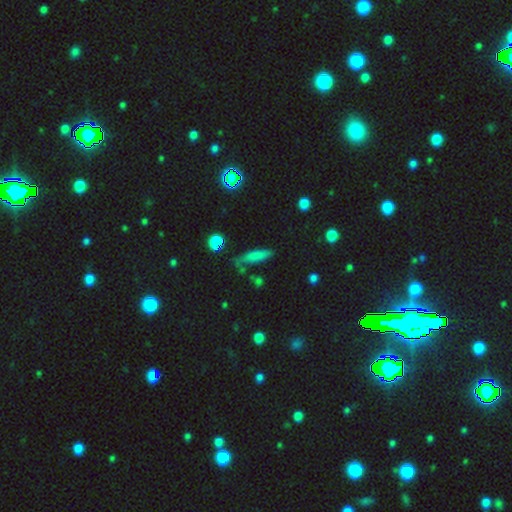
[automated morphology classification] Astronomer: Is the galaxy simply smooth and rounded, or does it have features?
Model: smooth — 70%.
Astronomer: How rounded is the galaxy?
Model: cigar-shaped — 63%.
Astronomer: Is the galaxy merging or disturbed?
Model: none — 62%.